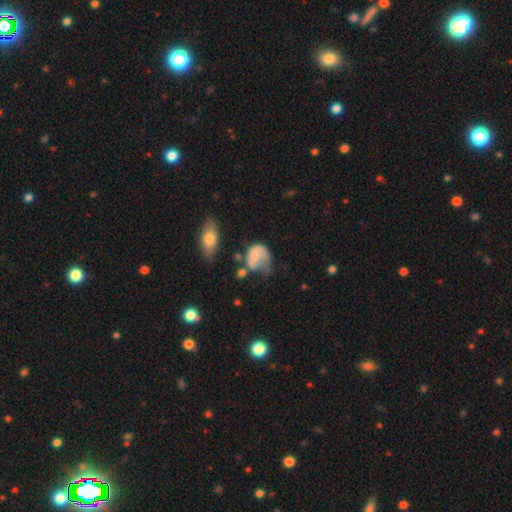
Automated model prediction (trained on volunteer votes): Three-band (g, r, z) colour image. It shows a smooth galaxy with no disk features (52%) that is in between round and cigar-shaped (56%). Merging: major disturbance (40%).